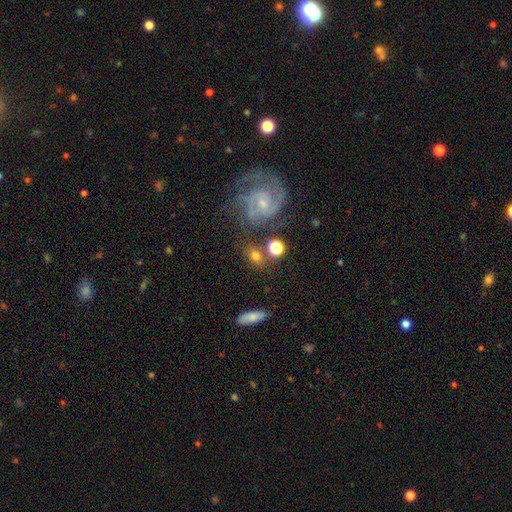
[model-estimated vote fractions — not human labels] smooth_or_featured: smooth (p=0.64) [alt: featured or disk p=0.23]
how_rounded: round (p=0.51) [alt: in between p=0.46]
merging: none (p=0.66) [alt: minor disturbance p=0.15]